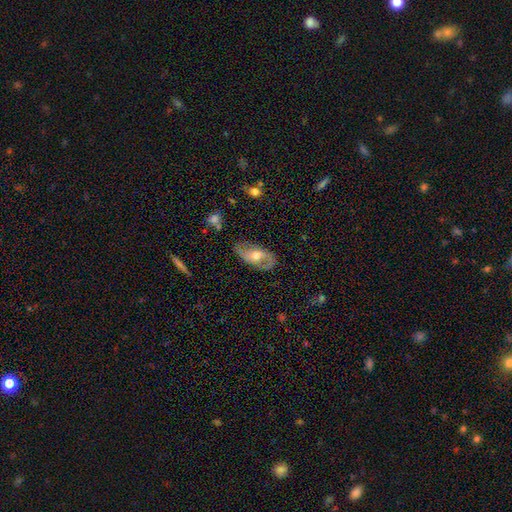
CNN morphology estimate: featured or disk 72%, smooth 22%, star or artifact 7%. Down the decision tree: edge-on disk — no (92%); bar — no (55%); spiral arms — yes (84%); spiral arm count — 2 (83%); spiral winding — medium (44%); bulge size — moderate (70%); merging — none (71%).